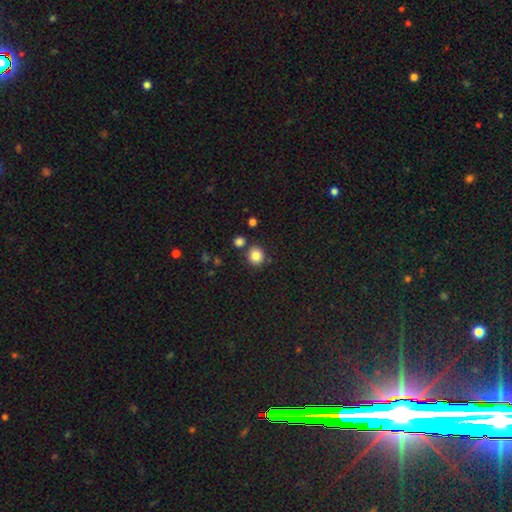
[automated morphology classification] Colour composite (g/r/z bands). It shows a smooth galaxy with no disk features (84%) that is round (86%). Merging: none (78%).